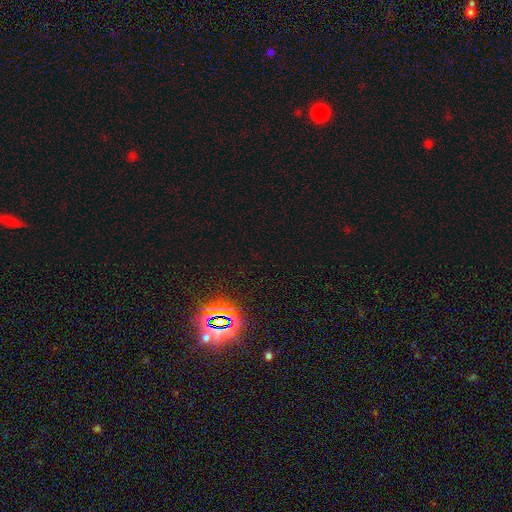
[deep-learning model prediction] Smooth or featured? star or artifact (76%)